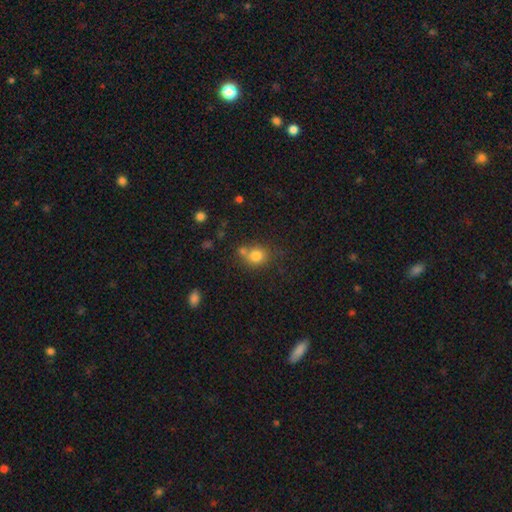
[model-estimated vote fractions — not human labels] Q: Smooth or featured?
A: smooth (79%); runner-up: star or artifact (12%)
Q: How rounded?
A: round (73%); runner-up: in between (26%)
Q: Merging?
A: none (55%); runner-up: merger (25%)